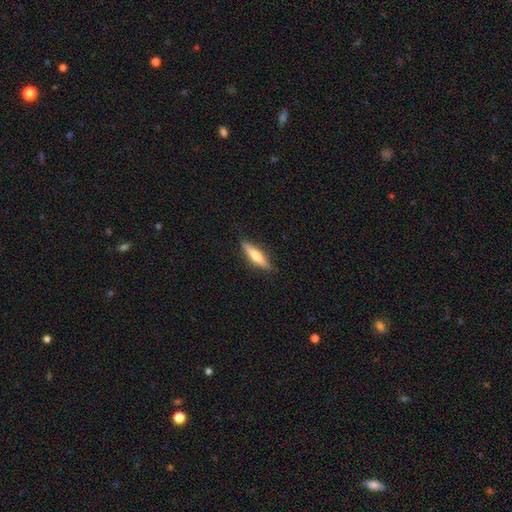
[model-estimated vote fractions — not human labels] smooth-or-featured: featured or disk: 49% | smooth: 46% | star or artifact: 6%
  merging: none: 88% | minor disturbance: 9% | major disturbance: 2% | merger: 1%